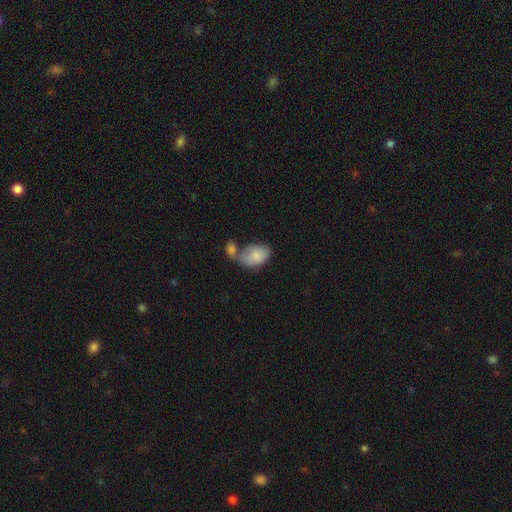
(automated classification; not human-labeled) Smooth or featured? smooth (83%)
How rounded? in between (89%)
Merging? merger (41%)